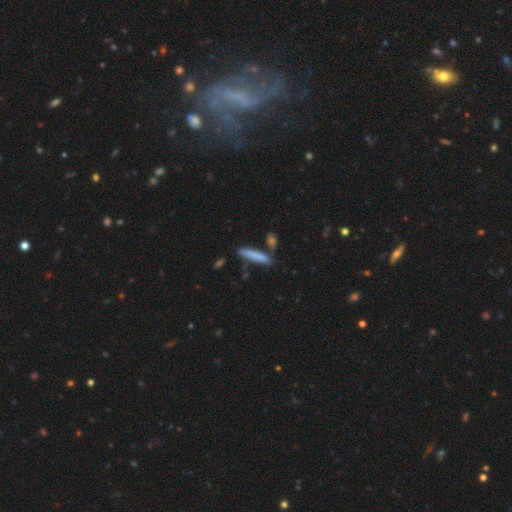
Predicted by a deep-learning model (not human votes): Overall: smooth (76%). How rounded: cigar-shaped (89%). Merging: none (72%).